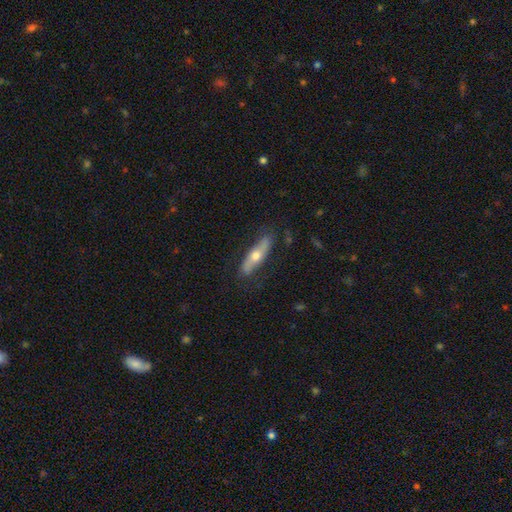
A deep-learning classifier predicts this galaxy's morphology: Smooth or featured? featured or disk (52%)
Edge-on disk? yes (67%)
Merging? none (81%)